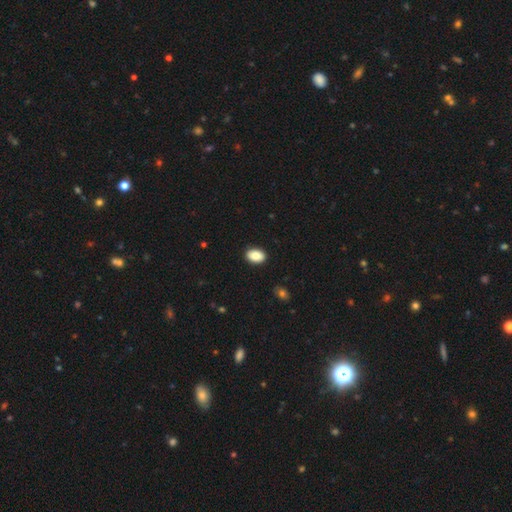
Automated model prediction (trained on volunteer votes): Smooth or featured: smooth — 88% (star or artifact — 7%)
How rounded: in between — 85% (round — 14%)
Merging: none — 89% (minor disturbance — 8%)